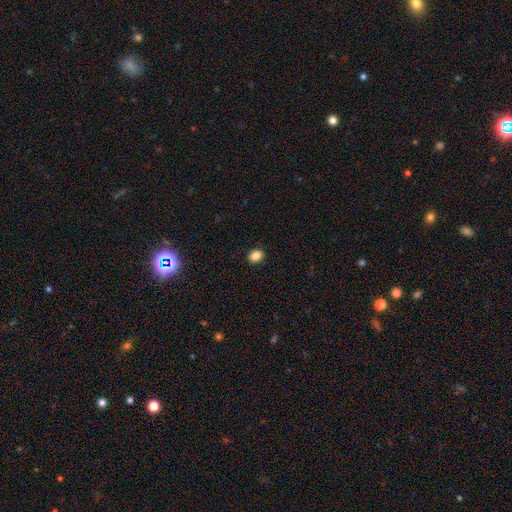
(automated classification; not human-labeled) Q: Smooth or featured?
A: smooth (86%); runner-up: star or artifact (10%)
Q: How rounded?
A: in between (52%); runner-up: round (47%)
Q: Merging?
A: none (91%); runner-up: minor disturbance (7%)